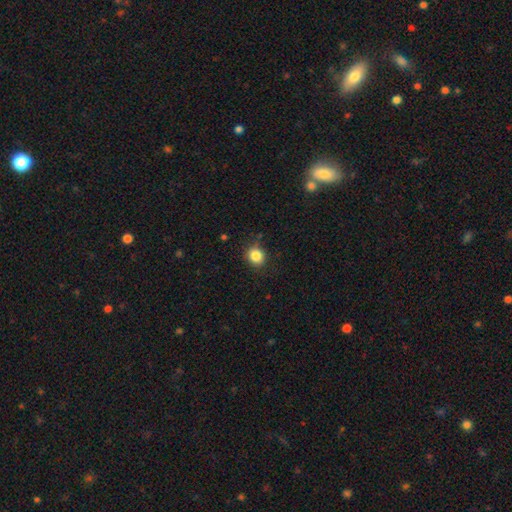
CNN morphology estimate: The model was most divided on "how rounded": round: 80%, in between: 19%, cigar-shaped: 1%. More confident: smooth or featured — smooth (85%); merging — none (81%).